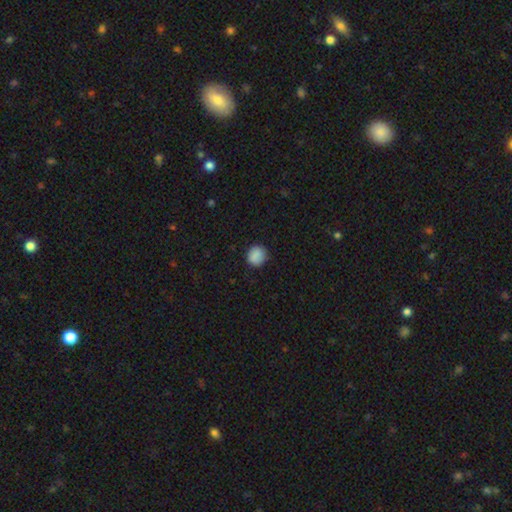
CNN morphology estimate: Smooth or featured? Predicted: smooth (p=0.88). How rounded? Predicted: round (p=0.79). Merging? Predicted: none (p=0.86).